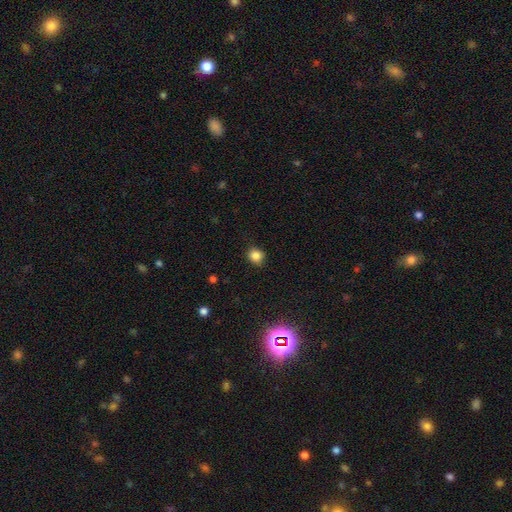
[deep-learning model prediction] Q: Smooth or featured?
A: smooth (83%); runner-up: star or artifact (13%)
Q: How rounded?
A: round (82%); runner-up: in between (17%)
Q: Merging?
A: none (87%); runner-up: minor disturbance (9%)